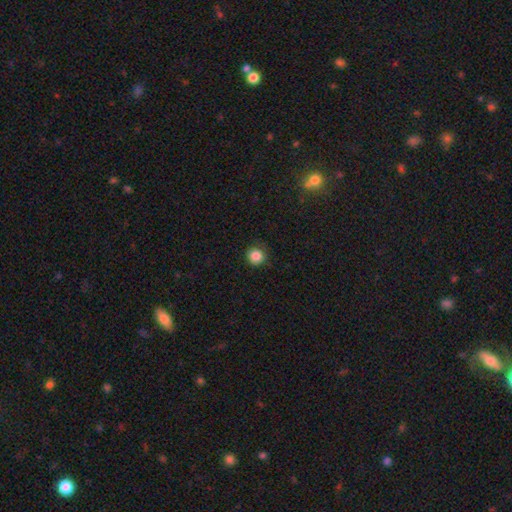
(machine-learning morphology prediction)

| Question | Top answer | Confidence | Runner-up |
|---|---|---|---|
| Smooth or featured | smooth | 86% | star or artifact (11%) |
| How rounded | round | 94% | in between (5%) |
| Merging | none | 86% | minor disturbance (10%) |